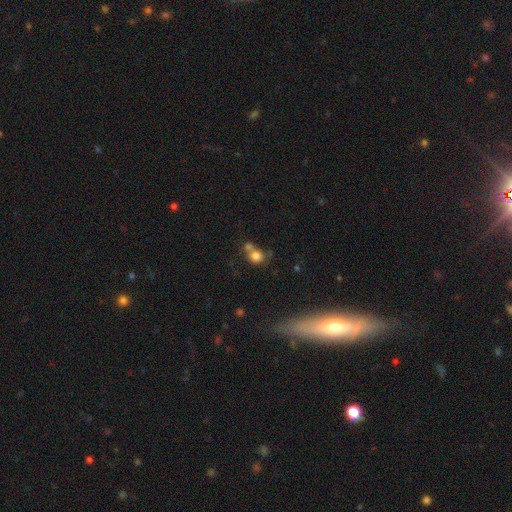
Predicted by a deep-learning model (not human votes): This is likely a smooth galaxy (78%). How rounded: likely round (74%). Merging: marginally merger (42%).